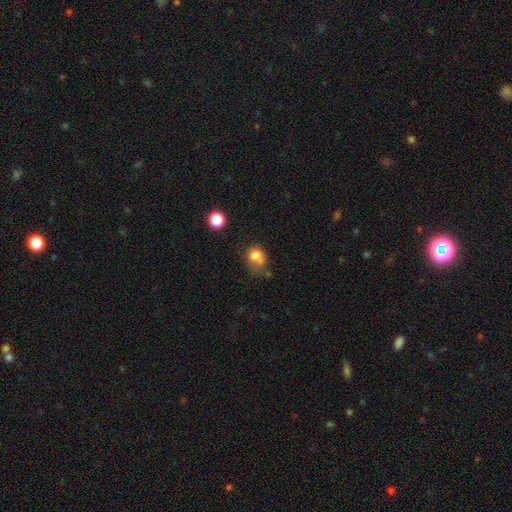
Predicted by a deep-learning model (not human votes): A smooth galaxy with no disk features (74%) that is round (59%).

Vote fractions:
- Smooth or featured? smooth: 74% / featured or disk: 13% / star or artifact: 12%
- How rounded? round: 59% / in between: 40% / cigar-shaped: 1%
- Merging? none: 32% / merger: 26% / minor disturbance: 24% / major disturbance: 17%